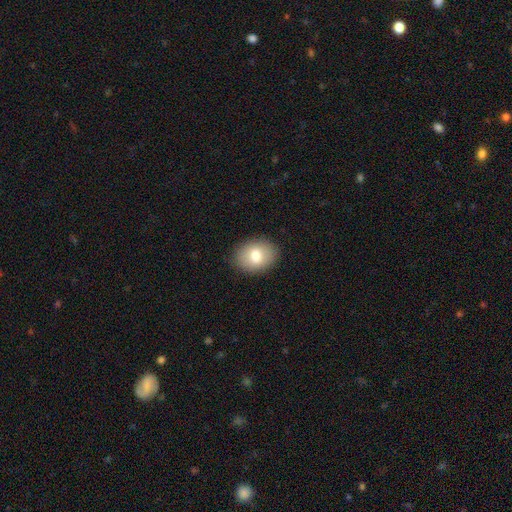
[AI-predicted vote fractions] This is likely a smooth galaxy (77%). How rounded: likely in between (65%). Merging: clearly none (88%).